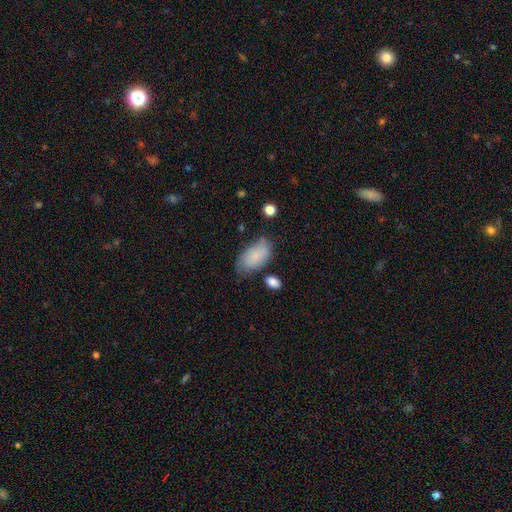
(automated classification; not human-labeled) smooth-or-featured: smooth: 80% | featured or disk: 13% | star or artifact: 7%
  how-rounded: in between: 94% | round: 4% | cigar-shaped: 2%
  merging: none: 58% | minor disturbance: 28% | major disturbance: 8% | merger: 6%